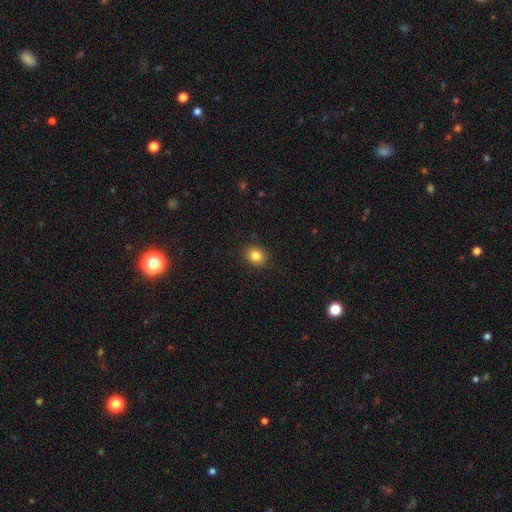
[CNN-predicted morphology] This appears to be a smooth galaxy with no disk features (84%) that is round (69%). Merging: none (89%).